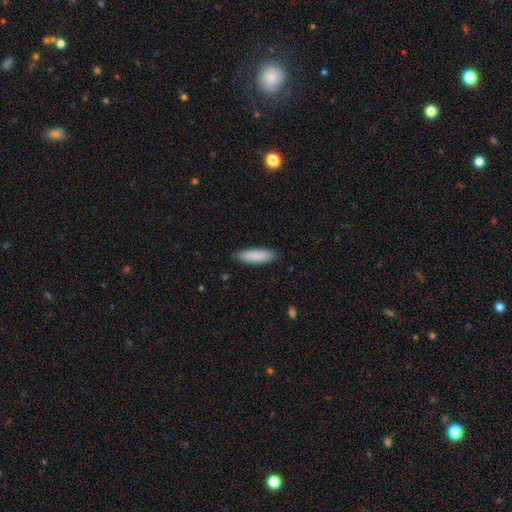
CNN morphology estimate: This appears to be a smooth galaxy with no disk features (87%) that is cigar-shaped (58%). Merging: none (87%).